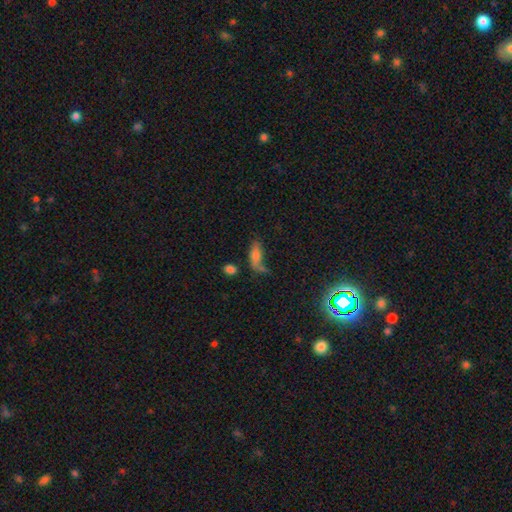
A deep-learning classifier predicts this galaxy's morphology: smooth-or-featured: smooth: 62% | featured or disk: 23% | star or artifact: 15%
  how-rounded: in between: 67% | cigar-shaped: 28% | round: 5%
  merging: none: 41% | minor disturbance: 23% | major disturbance: 18% | merger: 18%